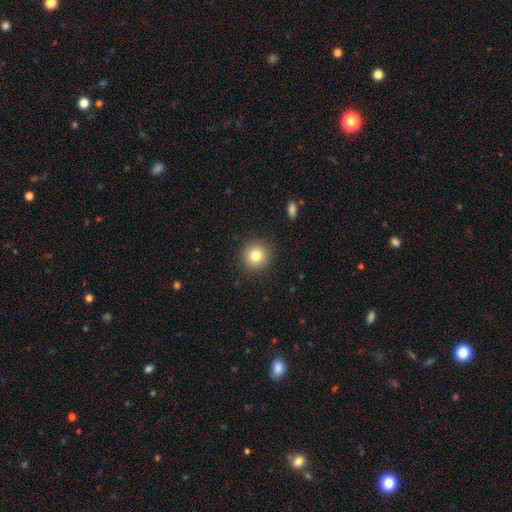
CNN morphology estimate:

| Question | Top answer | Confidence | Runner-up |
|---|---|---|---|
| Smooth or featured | smooth | 81% | star or artifact (11%) |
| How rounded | round | 94% | in between (5%) |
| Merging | none | 90% | minor disturbance (7%) |